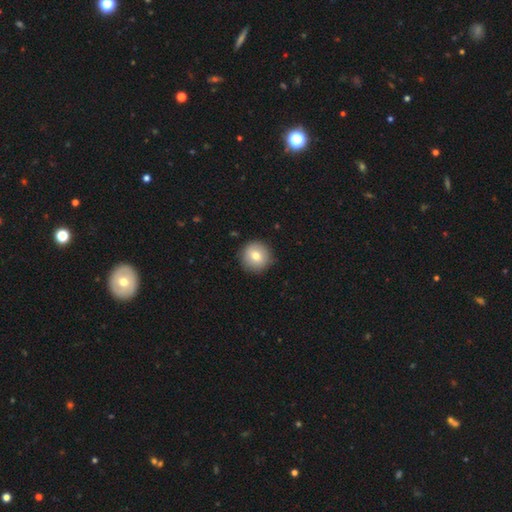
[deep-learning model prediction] Overall: smooth (77%). How rounded: round (95%). Merging: none (89%).